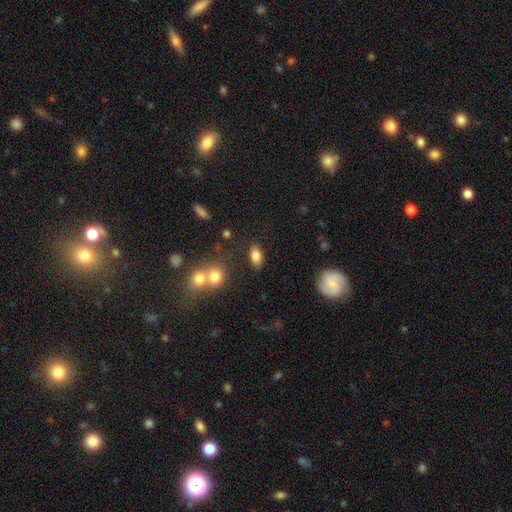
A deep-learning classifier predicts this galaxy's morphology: The model was most divided on "merging": none: 80%, minor disturbance: 11%, merger: 6%, major disturbance: 3%. More confident: how rounded — in between (89%); smooth or featured — smooth (82%).